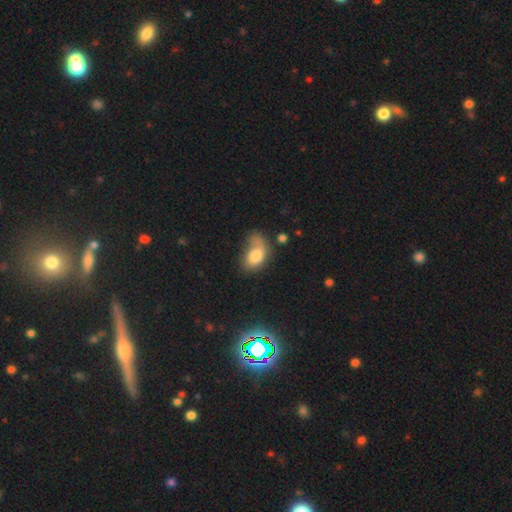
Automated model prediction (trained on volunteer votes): This is likely a smooth galaxy (74%). How rounded: clearly in between (85%). Merging: marginally none (30%).